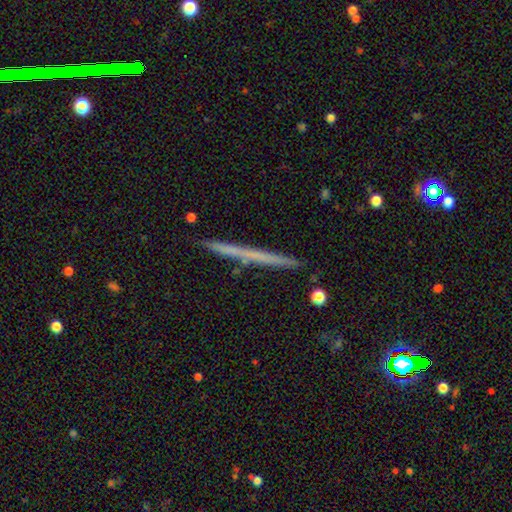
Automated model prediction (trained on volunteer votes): Smooth or featured? Predicted: featured or disk (p=0.48). Merging? Predicted: none (p=0.90).